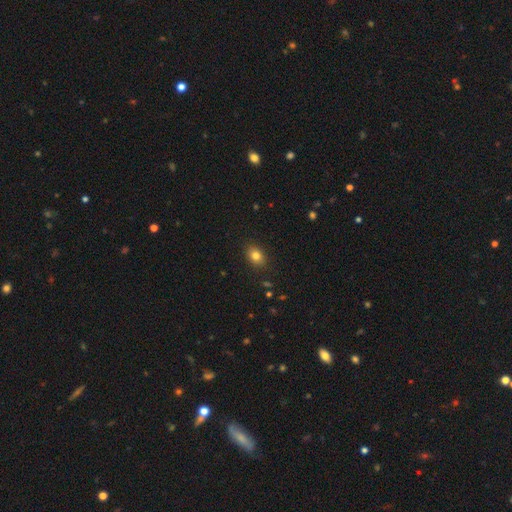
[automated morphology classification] Smooth or featured: smooth — 81% (star or artifact — 11%)
How rounded: in between — 67% (round — 31%)
Merging: none — 88% (minor disturbance — 9%)